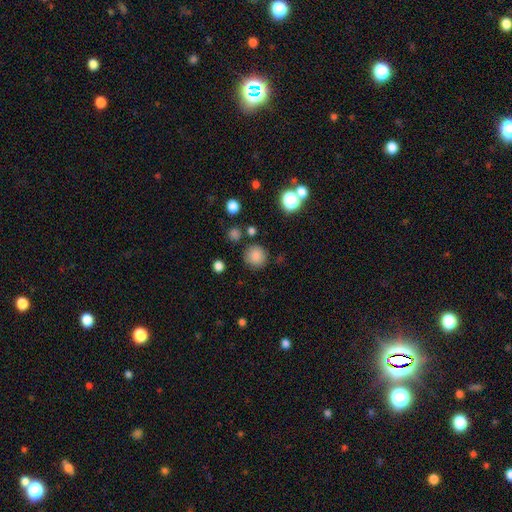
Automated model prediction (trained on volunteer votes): A smooth galaxy with no disk features (83%) that is round (91%). Merging: none (83%).